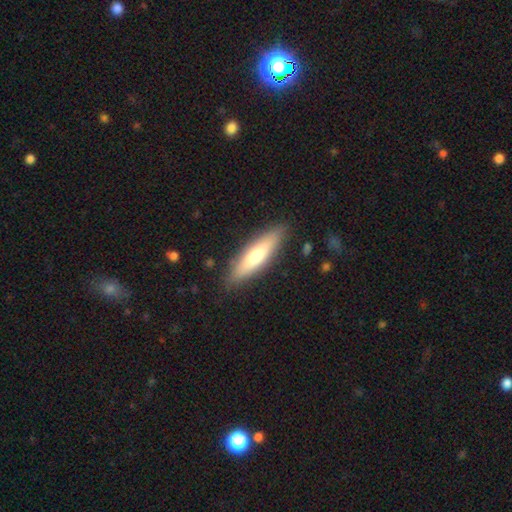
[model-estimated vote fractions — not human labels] Smooth or featured? Predicted: smooth (p=0.61). How rounded? Predicted: cigar-shaped (p=0.70). Merging? Predicted: none (p=0.87).